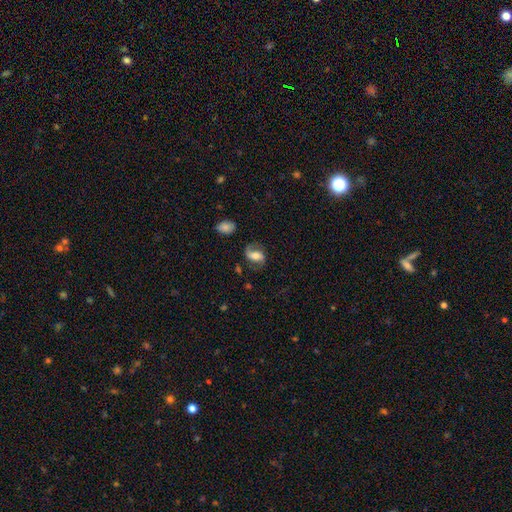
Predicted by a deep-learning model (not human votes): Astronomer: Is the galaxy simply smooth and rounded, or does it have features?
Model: featured or disk — 70%.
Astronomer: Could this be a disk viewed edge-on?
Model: no — 96%.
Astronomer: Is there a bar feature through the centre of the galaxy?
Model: weak — 37% (runner-up: no, 34%).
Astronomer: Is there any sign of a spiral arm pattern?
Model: yes — 91%.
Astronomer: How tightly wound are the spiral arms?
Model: loose — 44% (runner-up: medium, 41%).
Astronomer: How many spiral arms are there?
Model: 2 — 89%.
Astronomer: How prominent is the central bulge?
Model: moderate — 58%.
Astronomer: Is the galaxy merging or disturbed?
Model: none — 73%.